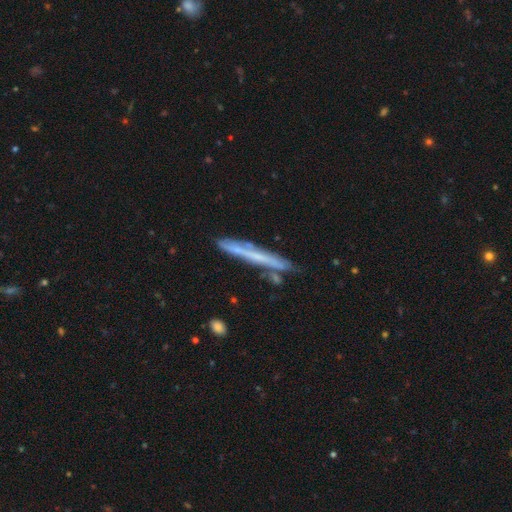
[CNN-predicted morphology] Smooth or featured?
  - featured or disk: 54% *
  - smooth: 39%
  - star or artifact: 7%
Edge-on disk?
  - yes: 90% *
  - no: 10%
Merging?
  - none: 76% *
  - minor disturbance: 16%
  - merger: 6%
  - major disturbance: 3%